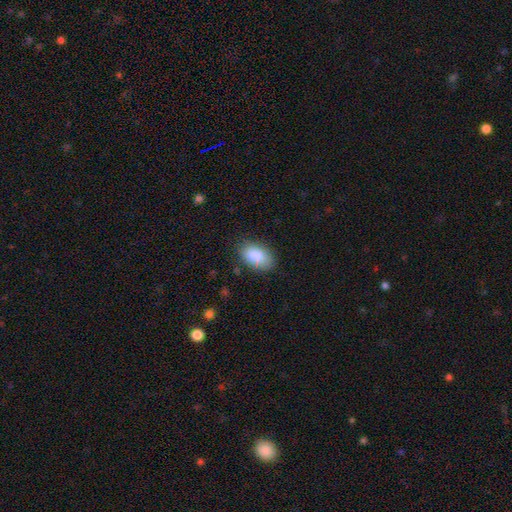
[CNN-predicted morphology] smooth 88%, star or artifact 7%, featured or disk 5%. Down the decision tree: how rounded — in between (92%); merging — none (80%).